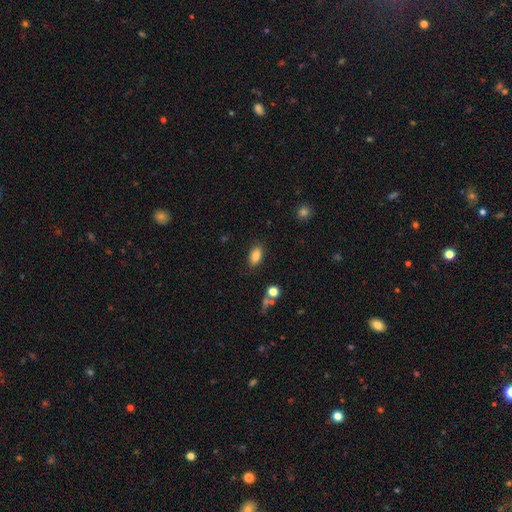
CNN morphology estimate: Smooth or featured?
  - smooth: 84% *
  - star or artifact: 9%
  - featured or disk: 7%
How rounded?
  - in between: 90% *
  - round: 6%
  - cigar-shaped: 4%
Merging?
  - none: 83% *
  - minor disturbance: 11%
  - major disturbance: 3%
  - merger: 2%